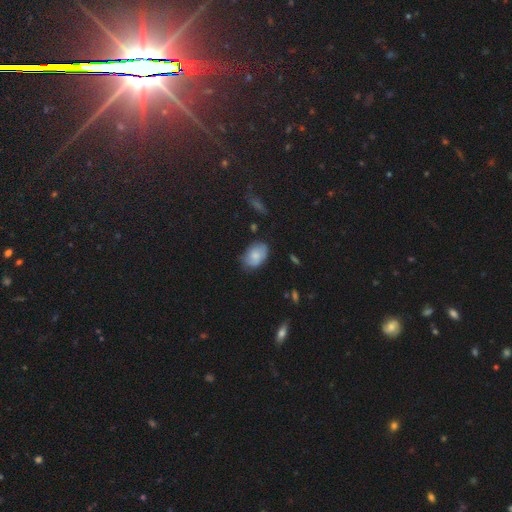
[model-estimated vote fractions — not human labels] Morphology: type=smooth (79%); roundness=in between (85%); merging=none (70%).